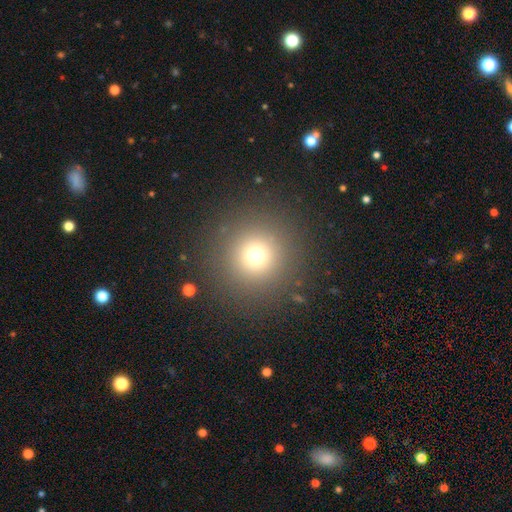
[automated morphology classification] This appears to be a smooth galaxy with no disk features (71%) that is round (96%). Merging: none (90%).